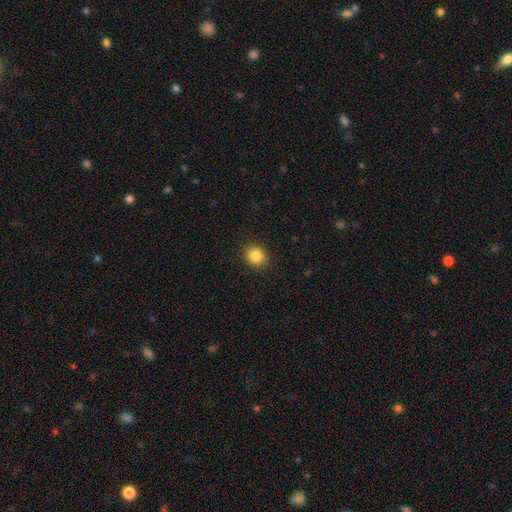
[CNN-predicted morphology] A smooth galaxy with no disk features (85%) that is round (82%).

Vote fractions:
- Smooth or featured? smooth: 85% / star or artifact: 11% / featured or disk: 5%
- How rounded? round: 82% / in between: 17% / cigar-shaped: 1%
- Merging? none: 91% / minor disturbance: 6% / major disturbance: 2% / merger: 1%